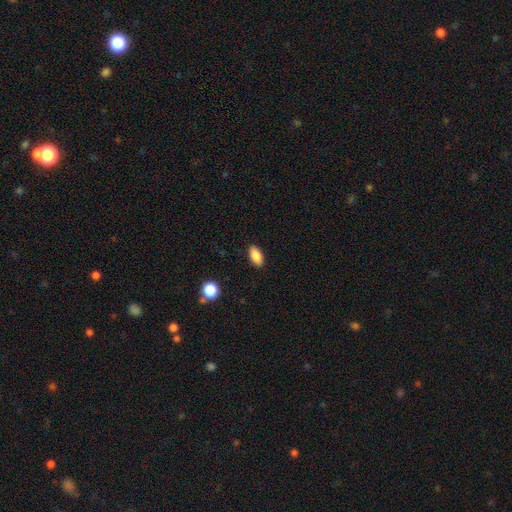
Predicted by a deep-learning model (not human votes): A smooth galaxy with no disk features (87%) that is in between round and cigar-shaped (91%). Merging: none (89%).